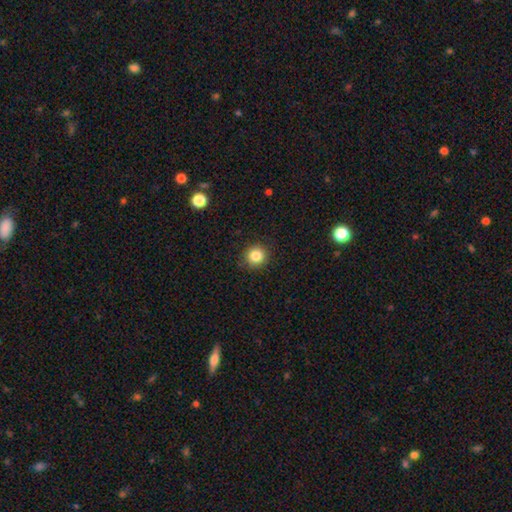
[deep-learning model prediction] Smooth or featured?
  - smooth: 84% *
  - star or artifact: 11%
  - featured or disk: 5%
How rounded?
  - round: 91% *
  - in between: 8%
  - cigar-shaped: 1%
Merging?
  - none: 90% *
  - minor disturbance: 7%
  - major disturbance: 2%
  - merger: 1%